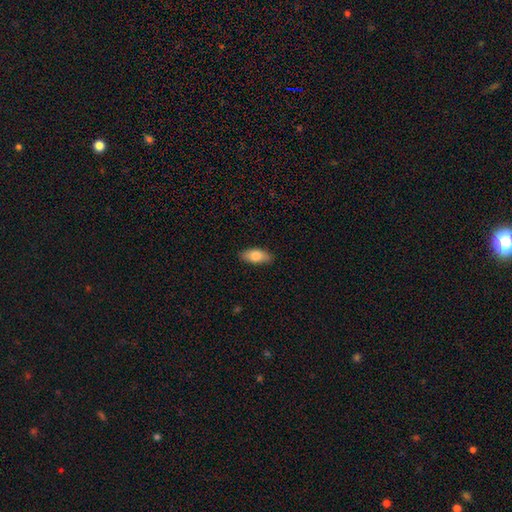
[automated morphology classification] Smooth or featured: smooth — 80% (featured or disk — 14%)
How rounded: in between — 87% (cigar-shaped — 10%)
Merging: none — 87% (minor disturbance — 10%)